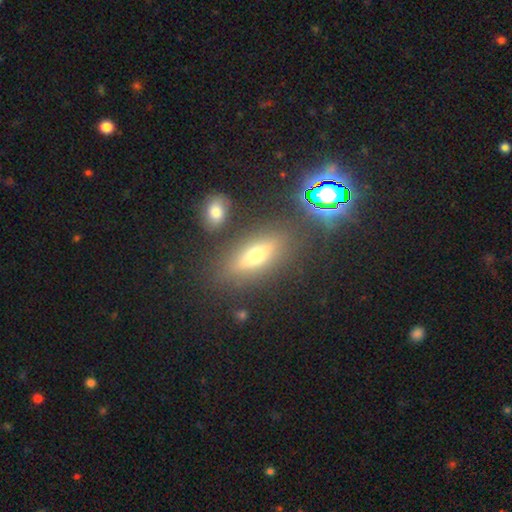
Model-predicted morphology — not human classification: Q: Smooth or featured?
A: smooth (43%); runner-up: featured or disk (41%)
Q: Merging?
A: none (80%); runner-up: minor disturbance (10%)